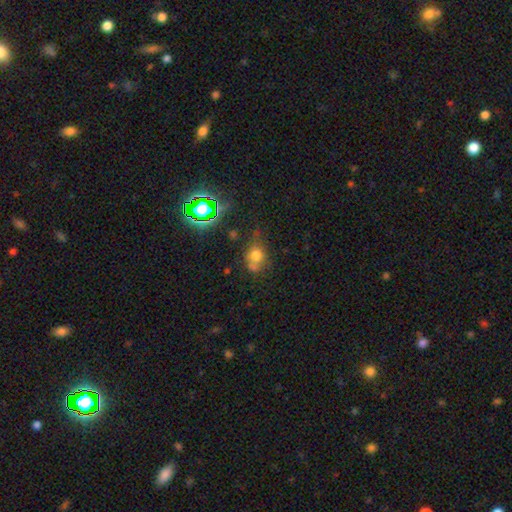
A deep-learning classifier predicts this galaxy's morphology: A smooth galaxy with no disk features (66%) that is round (65%).

Vote fractions:
- Smooth or featured? smooth: 66% / star or artifact: 20% / featured or disk: 14%
- How rounded? round: 65% / in between: 34% / cigar-shaped: 2%
- Merging? none: 44% / minor disturbance: 23% / merger: 21% / major disturbance: 12%